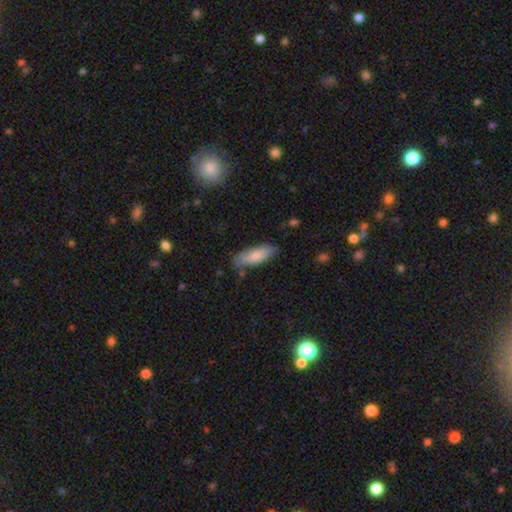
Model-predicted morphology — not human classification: smooth 81%, featured or disk 14%, star or artifact 6%. Down the decision tree: how rounded — in between (68%); merging — none (76%).